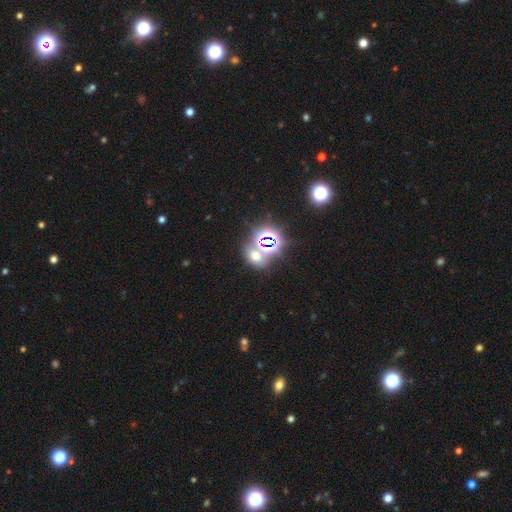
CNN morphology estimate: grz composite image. It shows a star or artifact, not a galaxy (47%).